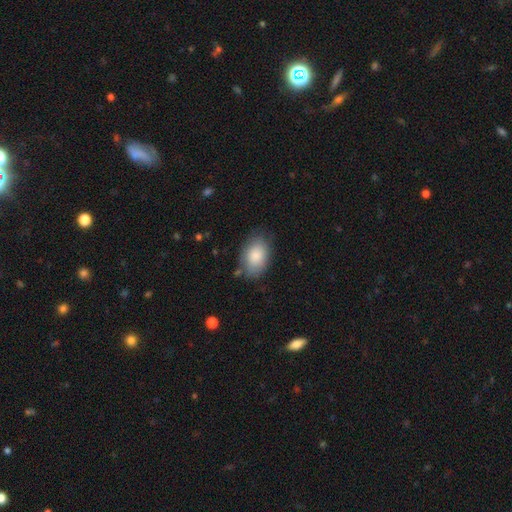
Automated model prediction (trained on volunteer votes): The model was most divided on "merging": none: 75%, minor disturbance: 18%, major disturbance: 5%, merger: 2%. More confident: how rounded — in between (88%); smooth or featured — smooth (84%).